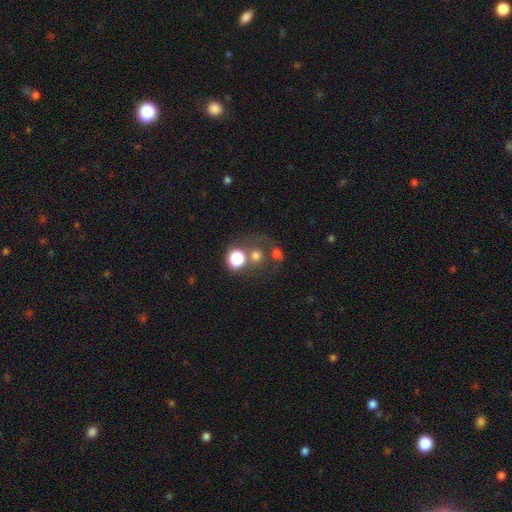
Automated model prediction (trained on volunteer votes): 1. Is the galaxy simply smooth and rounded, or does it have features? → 62% smooth, 22% star or artifact, 16% featured or disk.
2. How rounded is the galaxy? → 84% round, 15% in between, 1% cigar-shaped.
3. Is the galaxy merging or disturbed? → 45% none, 37% merger, 10% major disturbance, 8% minor disturbance.